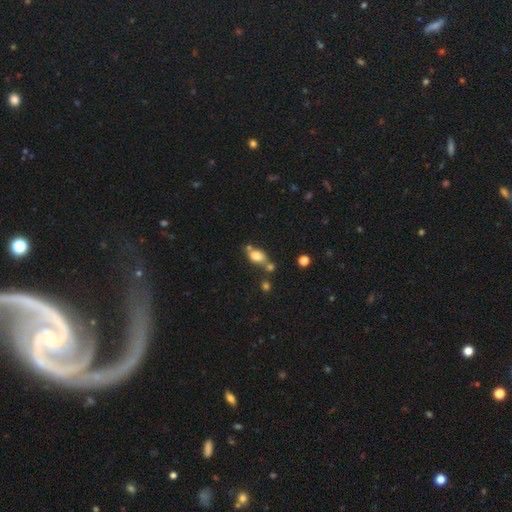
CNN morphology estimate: smooth-or-featured: smooth: 75% | featured or disk: 15% | star or artifact: 11%
  how-rounded: in between: 72% | round: 24% | cigar-shaped: 4%
  merging: none: 49% | merger: 29% | minor disturbance: 16% | major disturbance: 6%